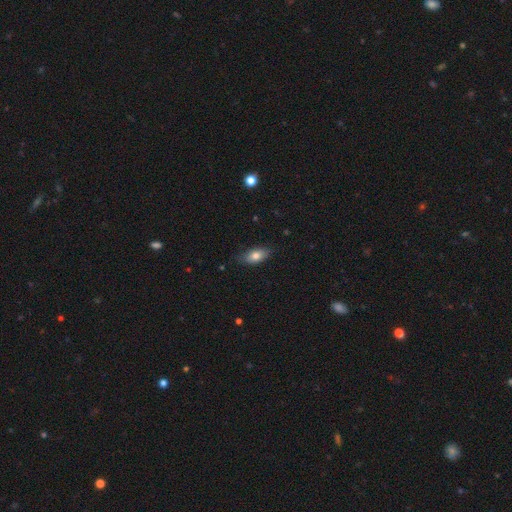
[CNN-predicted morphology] smooth_or_featured: smooth (p=0.77) [alt: featured or disk p=0.16]
how_rounded: in between (p=0.87) [alt: cigar-shaped p=0.09]
merging: none (p=0.79) [alt: minor disturbance p=0.17]